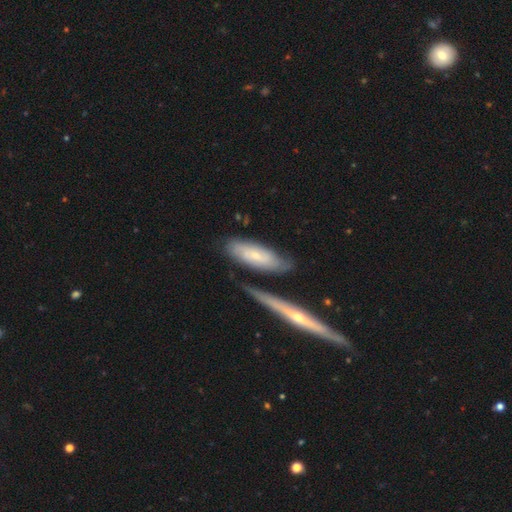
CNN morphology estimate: A featured or disk galaxy (49%).

Vote fractions:
- Smooth or featured? featured or disk: 49% / smooth: 45% / star or artifact: 6%
- Merging? none: 63% / minor disturbance: 21% / merger: 10% / major disturbance: 6%